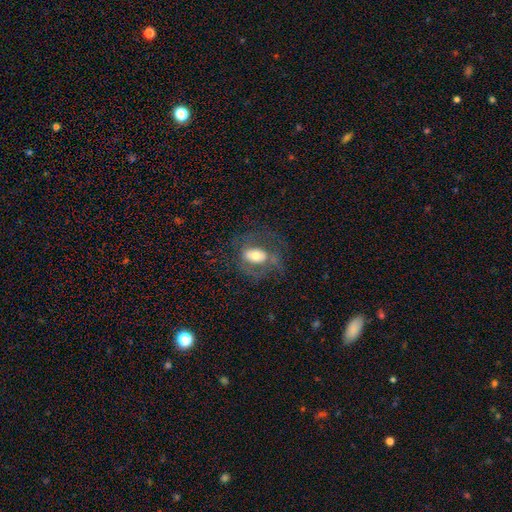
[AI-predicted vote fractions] Smooth or featured: smooth — 47% (featured or disk — 43%)
Merging: none — 52% (major disturbance — 25%)